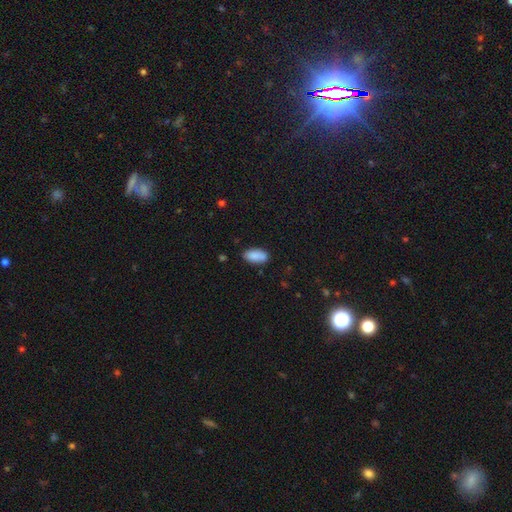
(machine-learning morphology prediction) smooth-or-featured: smooth: 88% | star or artifact: 7% | featured or disk: 5%
  how-rounded: in between: 90% | cigar-shaped: 8% | round: 2%
  merging: none: 79% | minor disturbance: 15% | major disturbance: 3% | merger: 3%